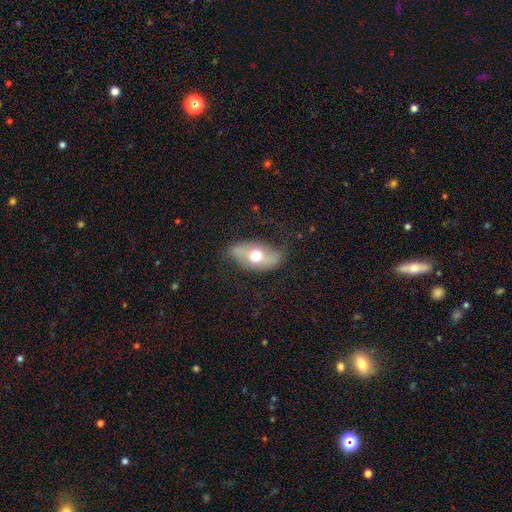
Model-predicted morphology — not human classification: A smooth galaxy with no disk features (47%, tied with featured or disk).

Vote fractions:
- Smooth or featured? smooth: 47% (tied) / featured or disk: 47% (tied) / star or artifact: 7%
- Merging? none: 67% / minor disturbance: 22% / major disturbance: 10% / merger: 2%